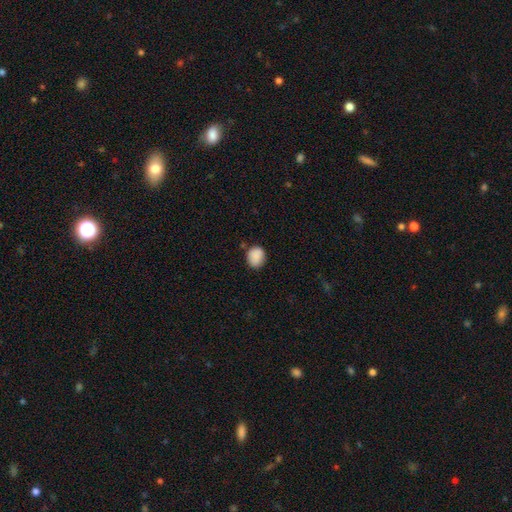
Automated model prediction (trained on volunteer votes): smooth-or-featured: smooth: 88% | star or artifact: 8% | featured or disk: 4%
  how-rounded: round: 60% | in between: 40% | cigar-shaped: 1%
  merging: none: 77% | minor disturbance: 17% | major disturbance: 4% | merger: 3%